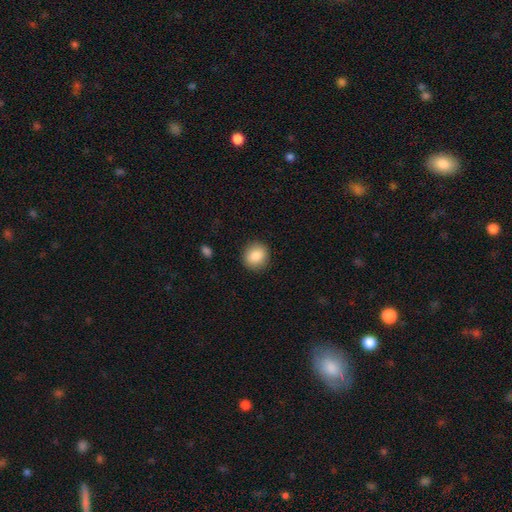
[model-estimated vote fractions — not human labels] Q: Smooth or featured?
A: smooth (86%); runner-up: star or artifact (8%)
Q: How rounded?
A: round (86%); runner-up: in between (13%)
Q: Merging?
A: none (90%); runner-up: minor disturbance (7%)